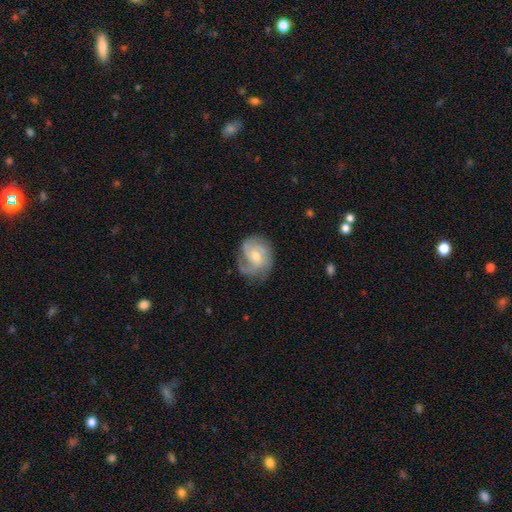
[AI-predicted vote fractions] A featured or disk galaxy (76%) with no bar (62%), 3 (36%) tight (45%) spiral arms (94%) and a moderate central bulge (54%). Merging: none (66%).